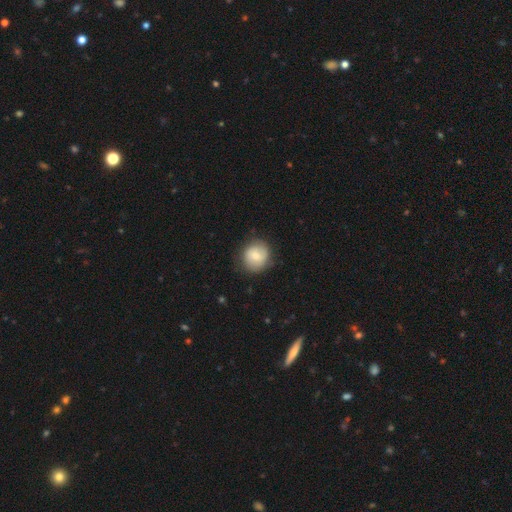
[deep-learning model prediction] A smooth galaxy with no disk features (73%) that is round (84%). Merging: none (81%).